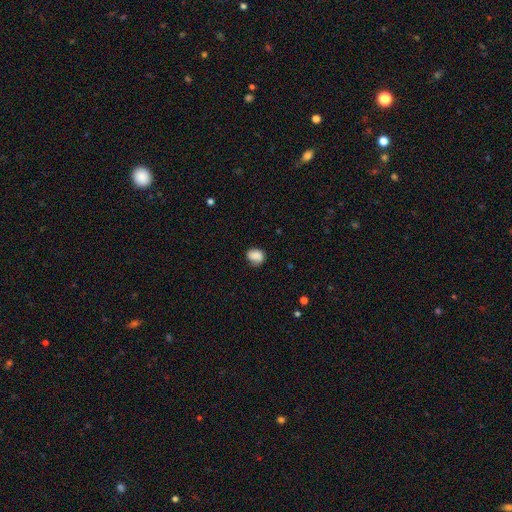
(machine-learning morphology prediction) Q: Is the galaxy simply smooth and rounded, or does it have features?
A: smooth — 80%.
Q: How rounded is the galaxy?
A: round — 54%.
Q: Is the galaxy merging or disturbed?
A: none — 68%.